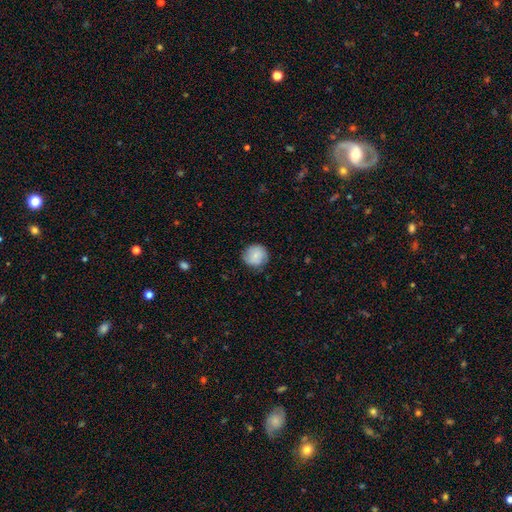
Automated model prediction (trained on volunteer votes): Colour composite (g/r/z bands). It shows a smooth galaxy with no disk features (80%) that is round (91%). Merging: none (79%).